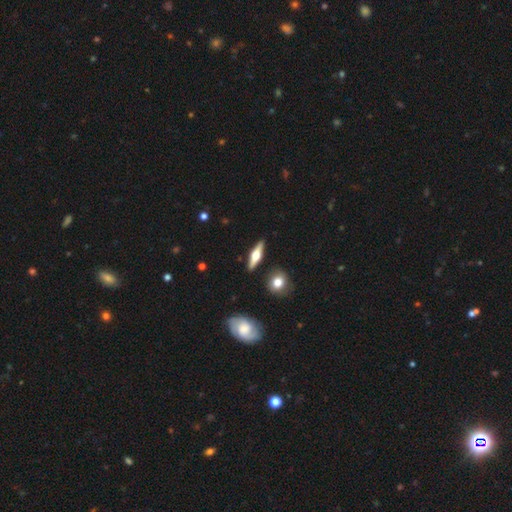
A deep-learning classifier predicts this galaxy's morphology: The model was most divided on "smooth or featured": featured or disk: 64%, smooth: 30%, star or artifact: 6%. More confident: edge-on disk — yes (95%); edge-on bulge — rounded (94%); merging — none (89%).